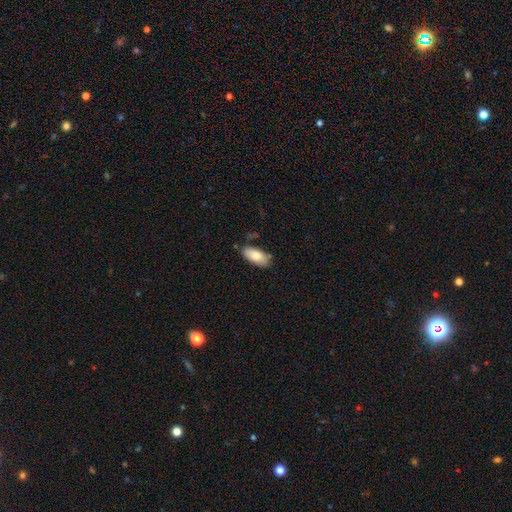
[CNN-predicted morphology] type=smooth (81%); roundness=in between (91%); merging=none (77%).